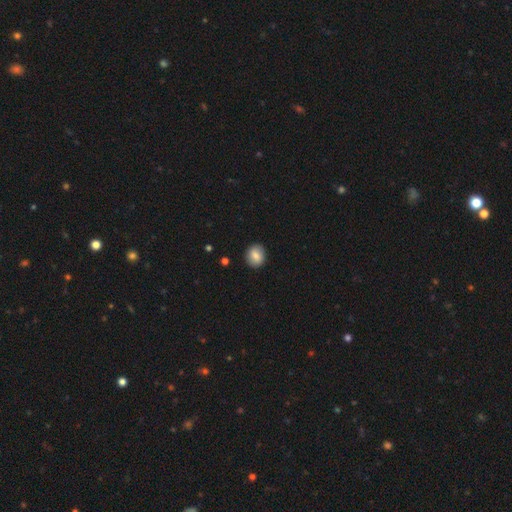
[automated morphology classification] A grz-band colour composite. It shows a smooth galaxy with no disk features (79%) that is round (68%). Merging: none (89%).